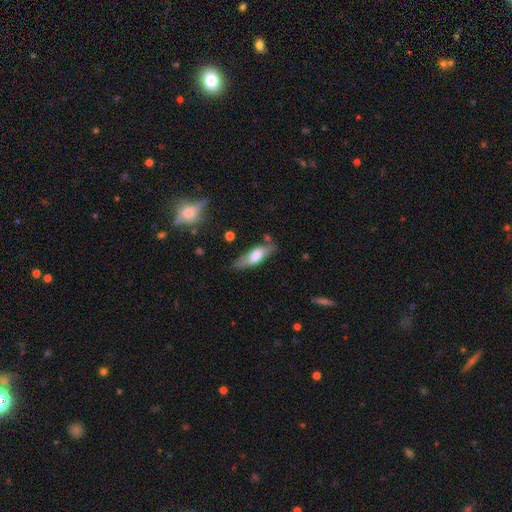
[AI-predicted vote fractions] This appears to be a smooth galaxy with no disk features (55%) that is in between round and cigar-shaped (52%). Merging: none (73%).